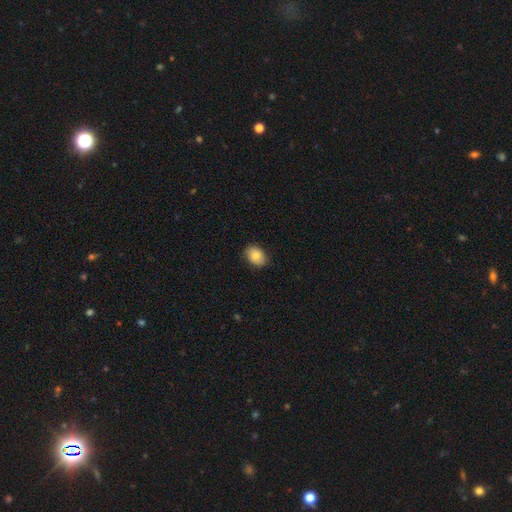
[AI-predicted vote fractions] This is clearly a smooth galaxy (81%). How rounded: likely in between (69%). Merging: clearly none (85%).